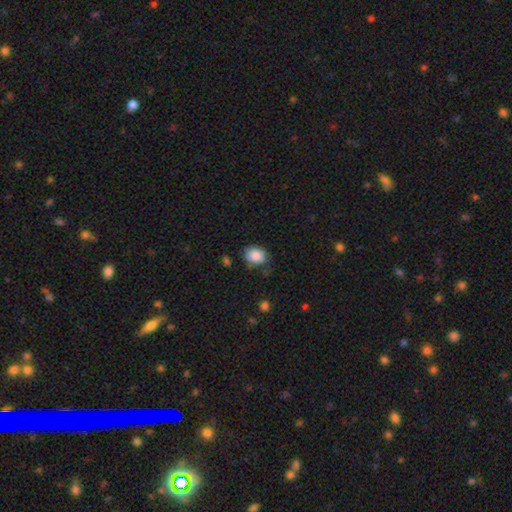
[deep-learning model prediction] This is clearly a smooth galaxy (87%). How rounded: likely in between (65%). Merging: likely none (70%).